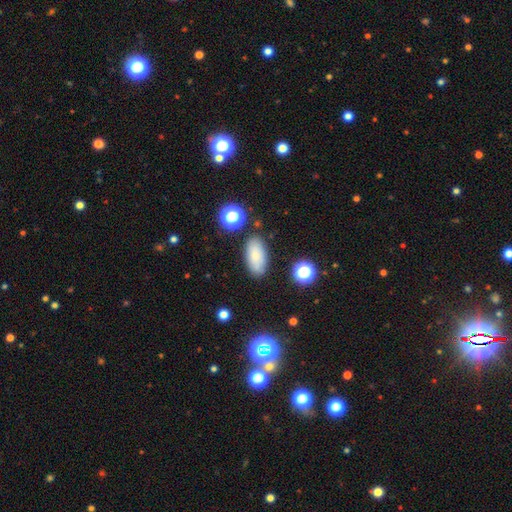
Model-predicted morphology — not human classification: Smooth or featured? smooth (81%)
How rounded? in between (89%)
Merging? none (82%)